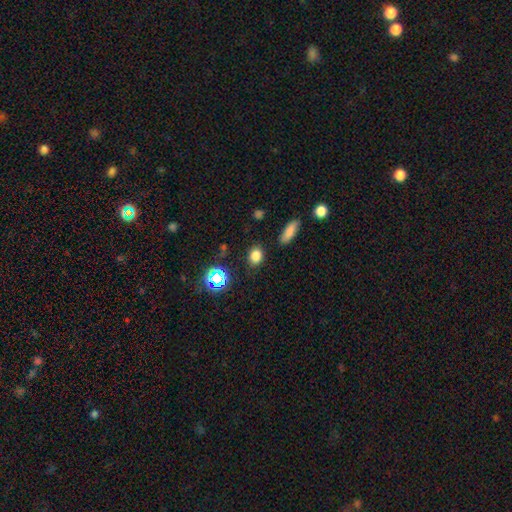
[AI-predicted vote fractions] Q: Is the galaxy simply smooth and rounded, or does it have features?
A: smooth — 78%.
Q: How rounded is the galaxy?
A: in between — 53%.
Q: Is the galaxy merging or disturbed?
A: none — 86%.